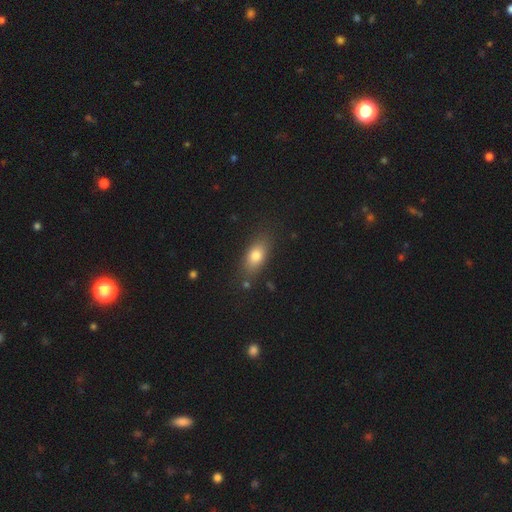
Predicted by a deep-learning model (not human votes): The model was most divided on "smooth or featured": smooth: 77%, featured or disk: 14%, star or artifact: 9%. More confident: how rounded — in between (79%); merging — none (79%).